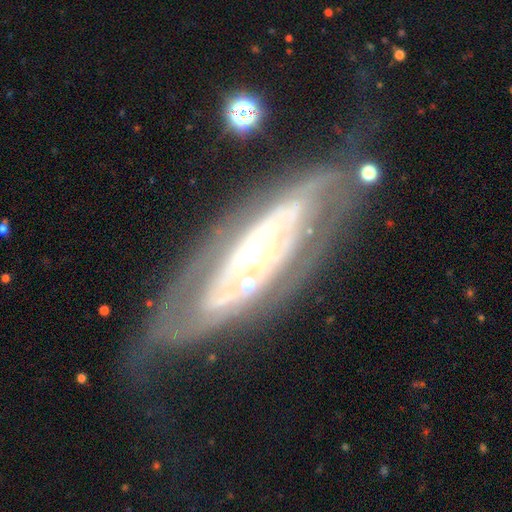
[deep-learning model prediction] A featured or disk galaxy (84%) with no bar (68%), spiral arms (68%) and a small central bulge (51%). Merging: none (61%).